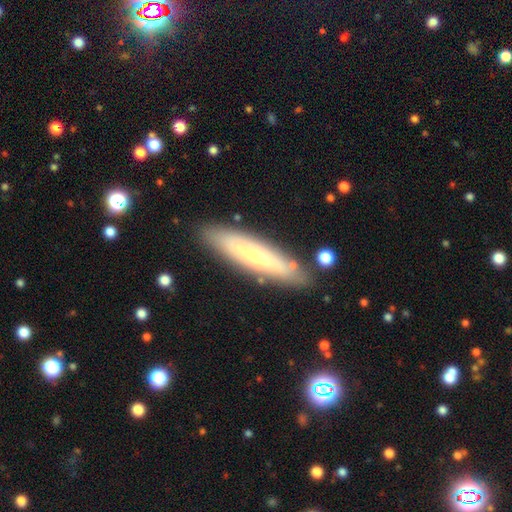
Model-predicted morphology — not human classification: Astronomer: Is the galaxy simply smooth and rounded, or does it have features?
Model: smooth — 49% (runner-up: featured or disk, 44%).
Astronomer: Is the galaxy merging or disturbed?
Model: none — 85%.